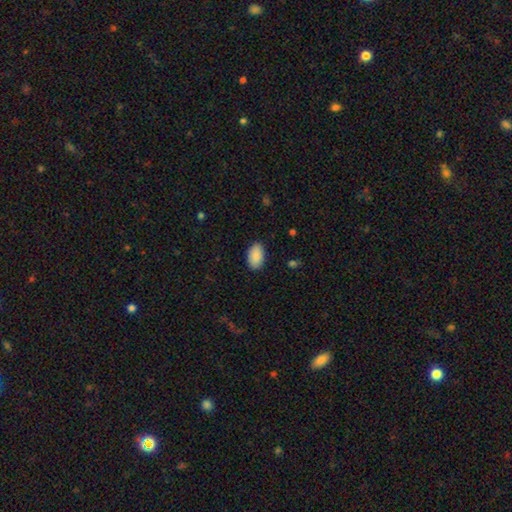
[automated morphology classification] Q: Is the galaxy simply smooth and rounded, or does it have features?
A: smooth — 90%.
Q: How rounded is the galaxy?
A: in between — 94%.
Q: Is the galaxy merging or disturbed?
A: none — 87%.